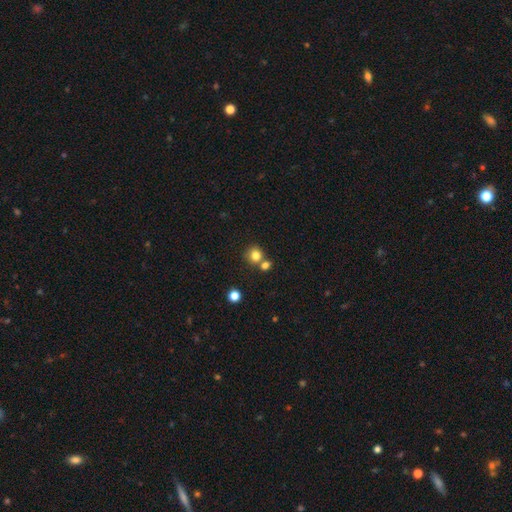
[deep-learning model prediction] This appears to be a smooth galaxy with no disk features (81%) that is round (85%). Merging: none (61%).